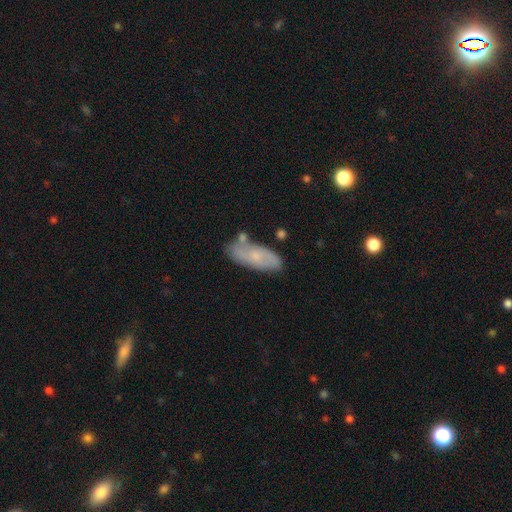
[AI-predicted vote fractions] A smooth galaxy with no disk features (53%) that is in between round and cigar-shaped (74%).

Vote fractions:
- Smooth or featured? smooth: 53% / featured or disk: 40% / star or artifact: 7%
- How rounded? in between: 74% / cigar-shaped: 23% / round: 3%
- Merging? none: 68% / minor disturbance: 20% / merger: 8% / major disturbance: 4%